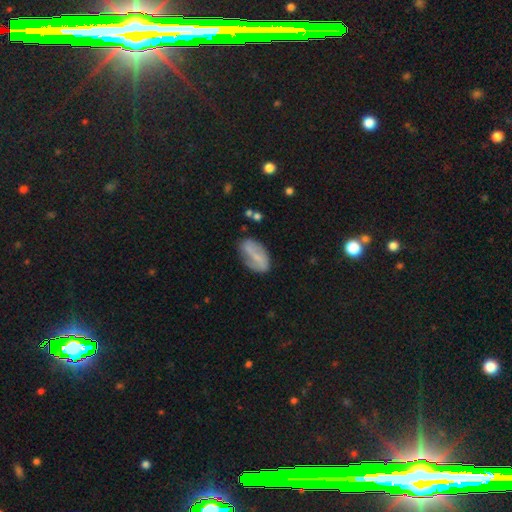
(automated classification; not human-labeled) smooth-or-featured: featured or disk: 50% | smooth: 42% | star or artifact: 8%
  disk-edge-on: no: 92% | yes: 8%
  merging: none: 72% | minor disturbance: 19% | major disturbance: 6% | merger: 2%